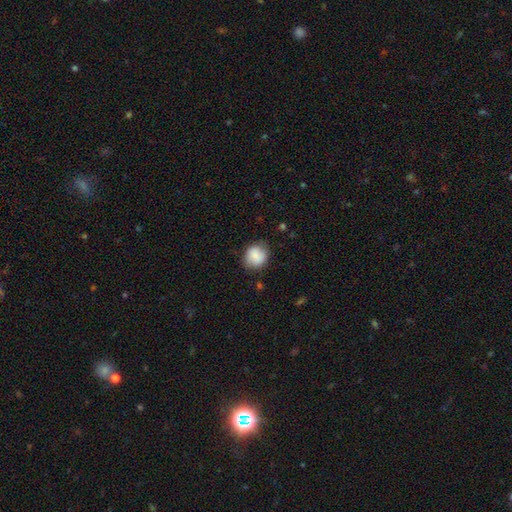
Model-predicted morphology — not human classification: Smooth or featured? smooth (84%)
How rounded? round (76%)
Merging? none (76%)